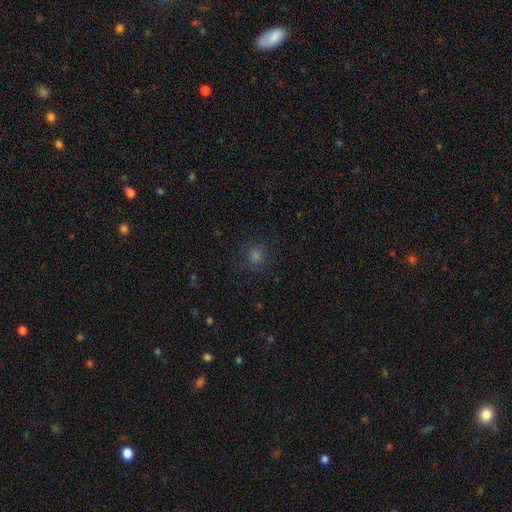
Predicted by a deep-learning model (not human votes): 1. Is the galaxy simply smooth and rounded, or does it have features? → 63% smooth, 29% star or artifact, 8% featured or disk.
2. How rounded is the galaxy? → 88% round, 11% in between, 1% cigar-shaped.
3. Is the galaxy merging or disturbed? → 86% none, 9% minor disturbance, 4% major disturbance, 1% merger.